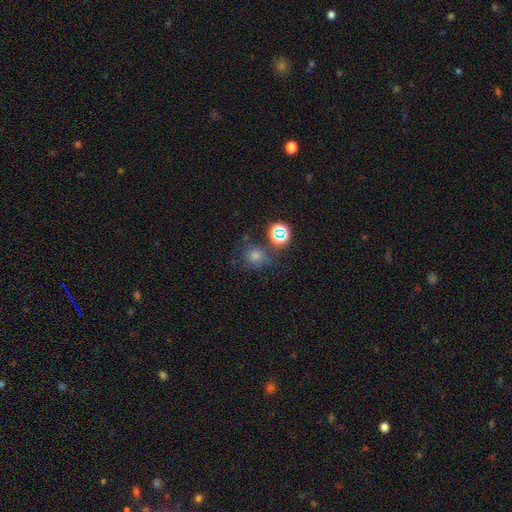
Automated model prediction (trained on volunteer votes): Smooth or featured?
  - smooth: 46% *
  - star or artifact: 37%
  - featured or disk: 17%
Merging?
  - none: 66% *
  - minor disturbance: 14%
  - merger: 12%
  - major disturbance: 8%